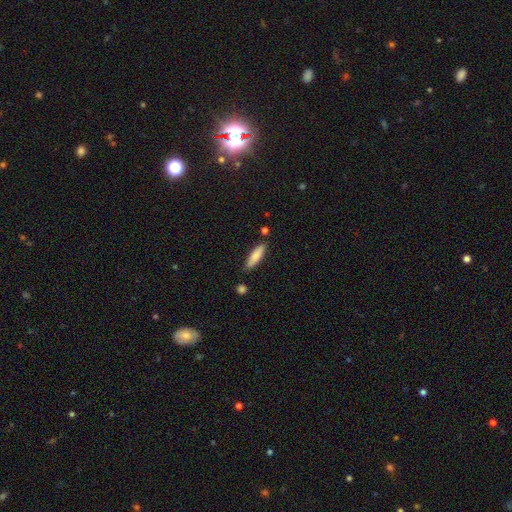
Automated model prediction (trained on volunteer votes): Smooth or featured: smooth — 83% (featured or disk — 11%)
How rounded: cigar-shaped — 64% (in between — 34%)
Merging: none — 82% (minor disturbance — 12%)